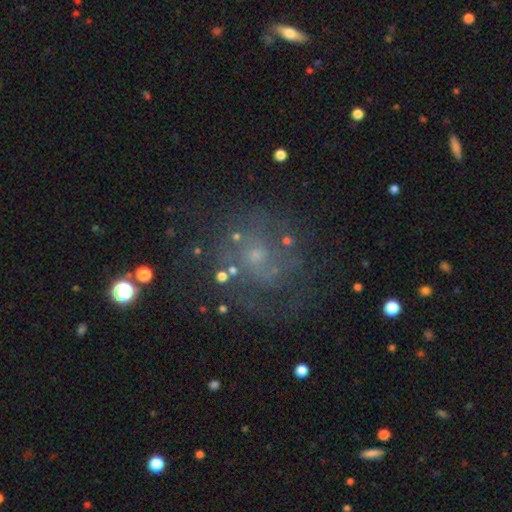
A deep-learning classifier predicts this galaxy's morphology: Smooth or featured?
  - featured or disk: 53% *
  - smooth: 28%
  - star or artifact: 20%
Edge-on disk?
  - no: 97% *
  - yes: 3%
Bar?
  - no: 84% *
  - weak: 13%
  - strong: 3%
Spiral arms?
  - yes: 56% *
  - no: 44%
Bulge size?
  - small: 69% *
  - moderate: 18%
  - none: 10%
  - large: 2%
  - dominant: 1%
Merging?
  - none: 61% *
  - minor disturbance: 18%
  - major disturbance: 18%
  - merger: 3%